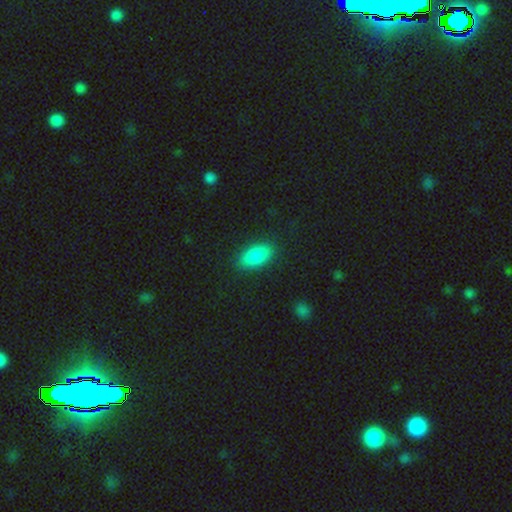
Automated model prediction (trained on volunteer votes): Smooth or featured?
  - smooth: 87% *
  - star or artifact: 8%
  - featured or disk: 5%
How rounded?
  - in between: 89% *
  - cigar-shaped: 8%
  - round: 3%
Merging?
  - none: 87% *
  - minor disturbance: 9%
  - major disturbance: 3%
  - merger: 1%